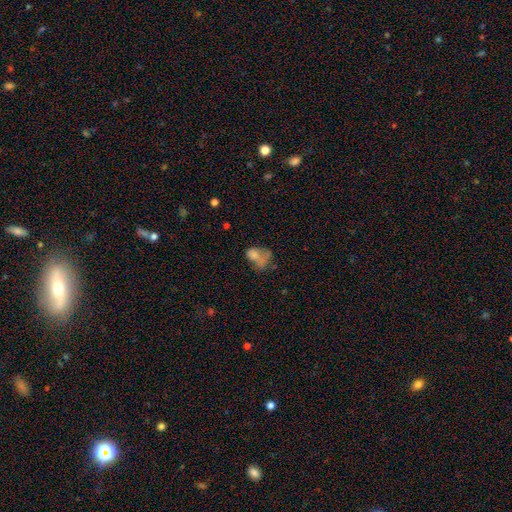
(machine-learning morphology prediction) A smooth galaxy with no disk features (63%) that is in between round and cigar-shaped (74%). Merging: merger (32%).